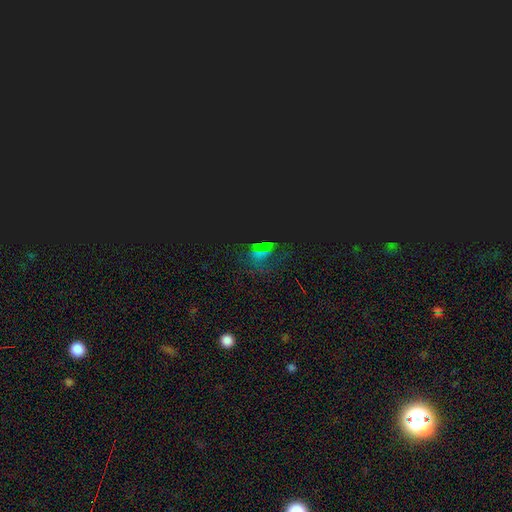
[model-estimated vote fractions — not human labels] A star or artifact, not a galaxy (65%).

Vote fractions:
- Smooth or featured? star or artifact: 65% / smooth: 21% / featured or disk: 14%